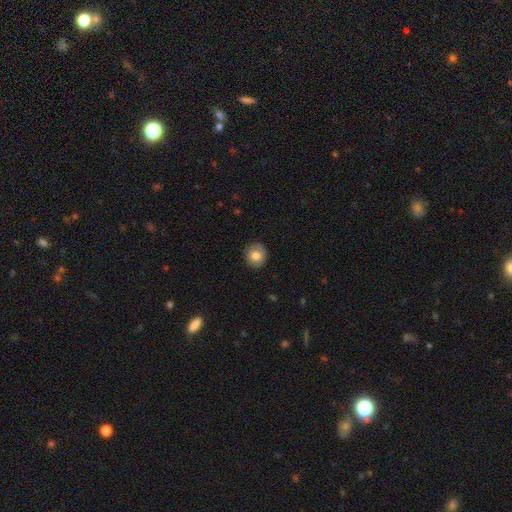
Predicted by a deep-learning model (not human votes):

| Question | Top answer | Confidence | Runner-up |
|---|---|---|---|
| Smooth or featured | smooth | 76% | featured or disk (16%) |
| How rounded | round | 87% | in between (12%) |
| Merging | none | 87% | minor disturbance (10%) |